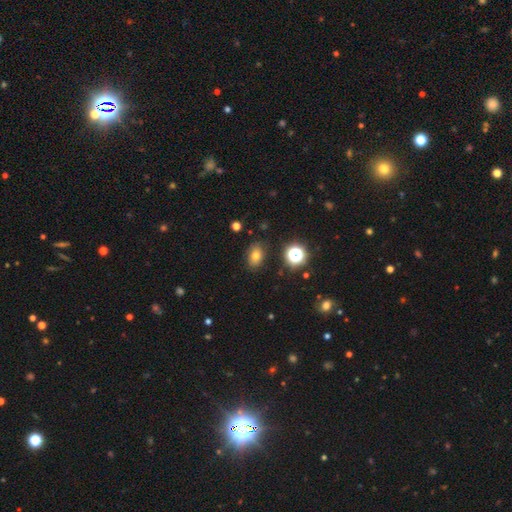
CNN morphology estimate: Smooth or featured?
  - smooth: 72% *
  - star or artifact: 16%
  - featured or disk: 12%
How rounded?
  - in between: 78% *
  - round: 21%
  - cigar-shaped: 1%
Merging?
  - none: 84% *
  - minor disturbance: 11%
  - major disturbance: 3%
  - merger: 2%